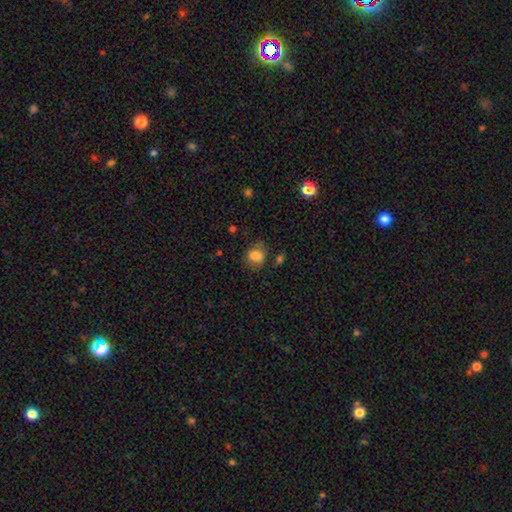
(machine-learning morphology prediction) type=smooth (81%); roundness=round (56%); merging=none (66%).